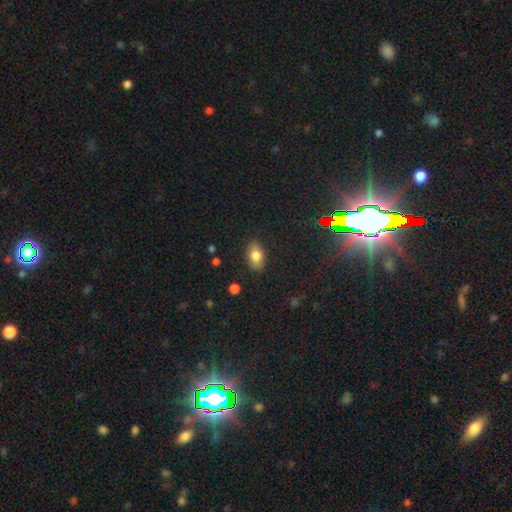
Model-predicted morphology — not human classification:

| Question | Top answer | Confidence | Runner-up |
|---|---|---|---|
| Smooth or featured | smooth | 81% | featured or disk (11%) |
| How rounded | in between | 89% | round (8%) |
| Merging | none | 85% | minor disturbance (11%) |